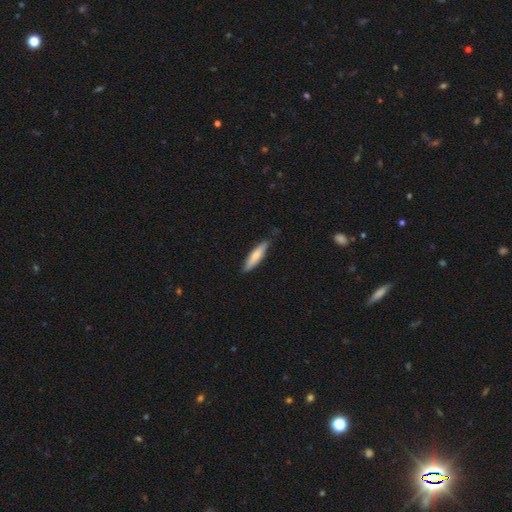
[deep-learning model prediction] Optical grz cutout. It shows a smooth galaxy with no disk features (72%) that is cigar-shaped (76%). Merging: none (83%).